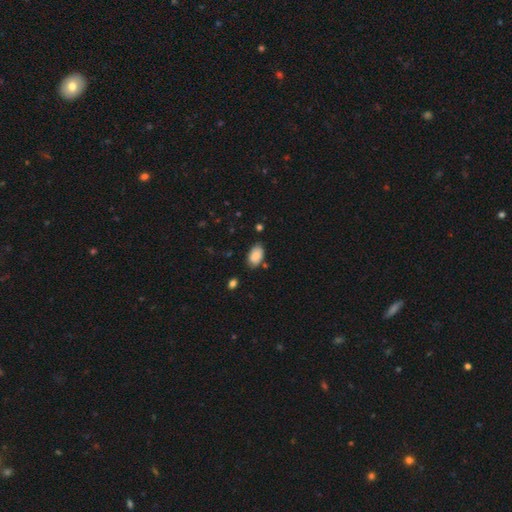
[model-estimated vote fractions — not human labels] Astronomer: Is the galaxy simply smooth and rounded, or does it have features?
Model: smooth — 87%.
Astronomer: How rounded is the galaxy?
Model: in between — 93%.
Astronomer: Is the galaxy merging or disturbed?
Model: none — 76%.